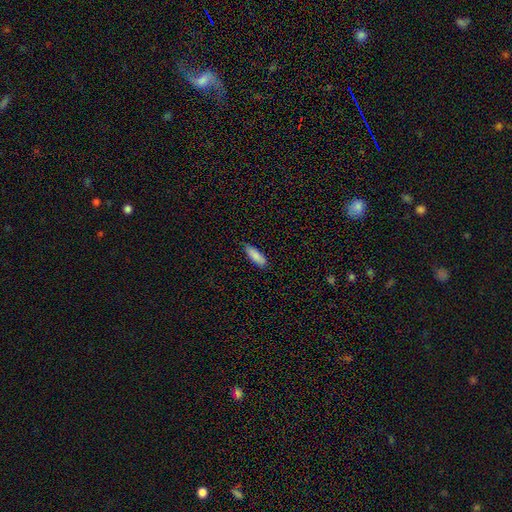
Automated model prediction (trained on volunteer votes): Q: Smooth or featured?
A: smooth (87%); runner-up: featured or disk (7%)
Q: How rounded?
A: in between (58%); runner-up: cigar-shaped (40%)
Q: Merging?
A: none (83%); runner-up: minor disturbance (13%)